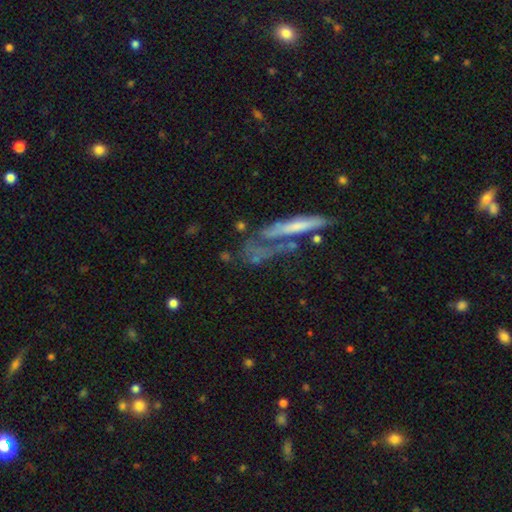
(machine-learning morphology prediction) featured or disk 49%, smooth 37%, star or artifact 14%. Down the decision tree: merging — none (44%).